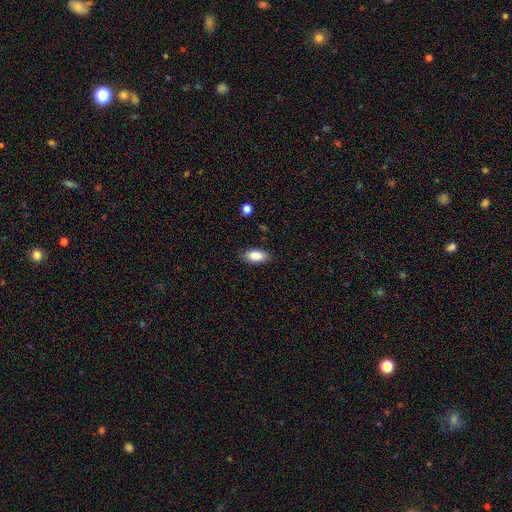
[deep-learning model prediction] Morphology: type=smooth (87%); roundness=in between (90%); merging=none (84%).